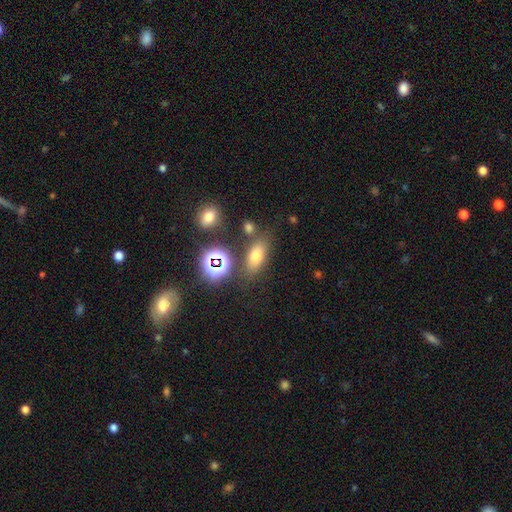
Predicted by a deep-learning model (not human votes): Overall: smooth (66%). How rounded: in between (75%). Merging: none (74%).